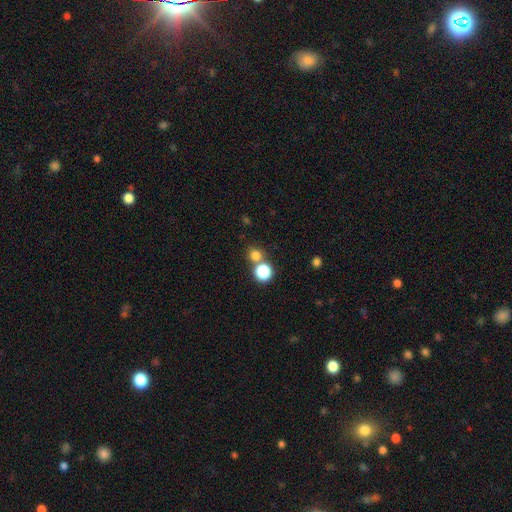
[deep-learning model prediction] A smooth galaxy with no disk features (75%) that is round (87%).

Vote fractions:
- Smooth or featured? smooth: 75% / star or artifact: 19% / featured or disk: 6%
- How rounded? round: 87% / in between: 12% / cigar-shaped: 1%
- Merging? none: 65% / merger: 25% / minor disturbance: 7% / major disturbance: 3%